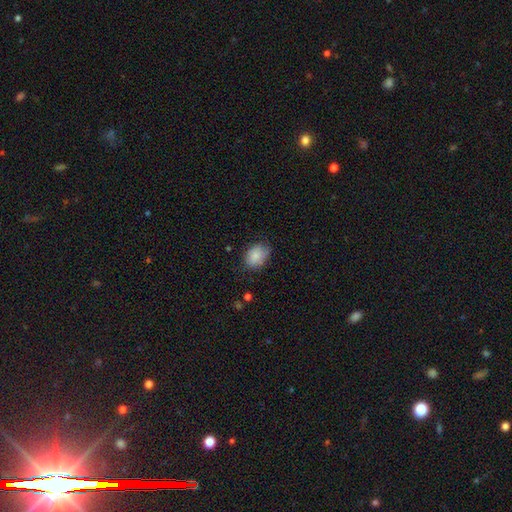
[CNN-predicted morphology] Smooth or featured? Predicted: smooth (p=0.82). How rounded? Predicted: in between (p=0.73). Merging? Predicted: none (p=0.62).